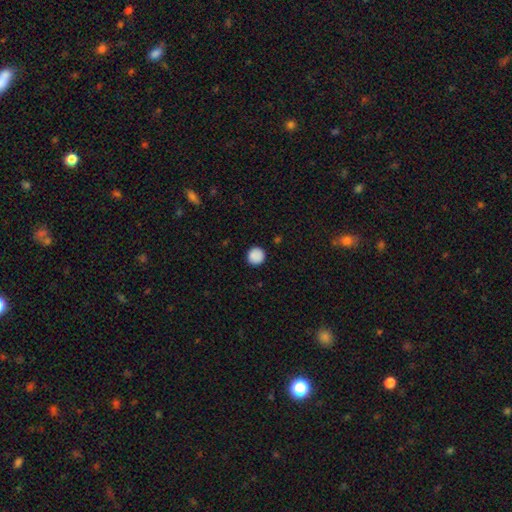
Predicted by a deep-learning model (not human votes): Smooth or featured?
  - smooth: 89% *
  - star or artifact: 9%
  - featured or disk: 3%
How rounded?
  - round: 94% *
  - in between: 5%
  - cigar-shaped: 1%
Merging?
  - none: 91% *
  - minor disturbance: 6%
  - major disturbance: 2%
  - merger: 1%